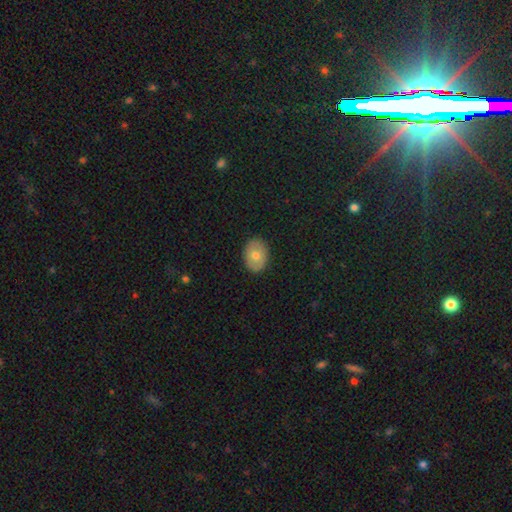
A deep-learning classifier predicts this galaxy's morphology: Smooth or featured? Predicted: smooth (p=0.68). How rounded? Predicted: in between (p=0.67). Merging? Predicted: none (p=0.87).